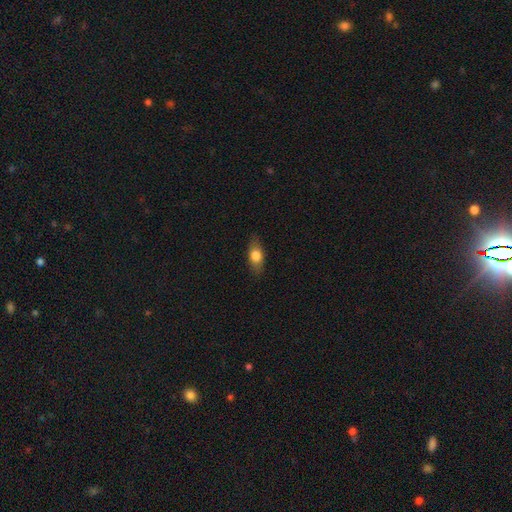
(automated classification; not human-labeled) Smooth or featured? Predicted: smooth (p=0.74). How rounded? Predicted: in between (p=0.79). Merging? Predicted: none (p=0.84).